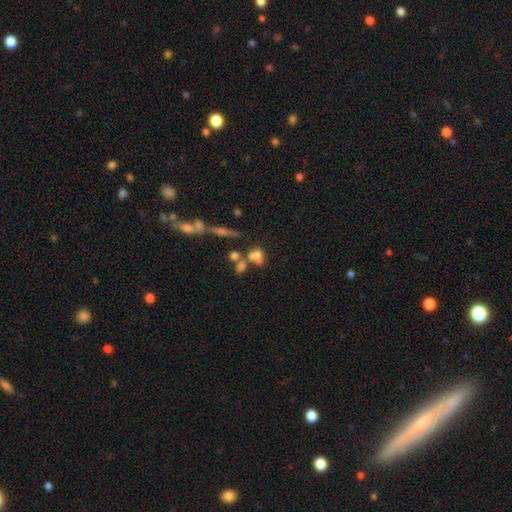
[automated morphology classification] This is possibly a smooth galaxy (55%). How rounded: possibly in between (50%). Merging: possibly merger (53%).